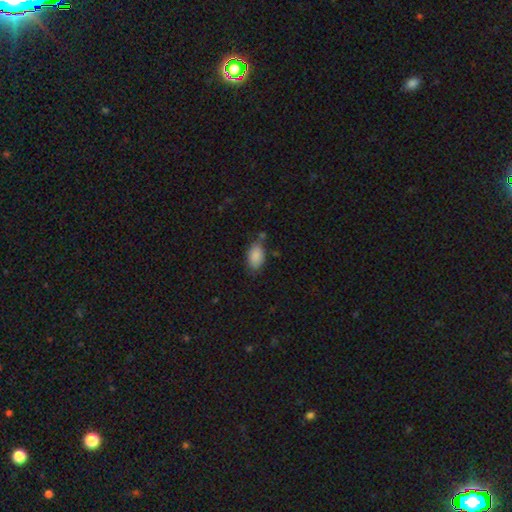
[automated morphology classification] A smooth galaxy with no disk features (88%) that is in between round and cigar-shaped (93%). Merging: none (62%).